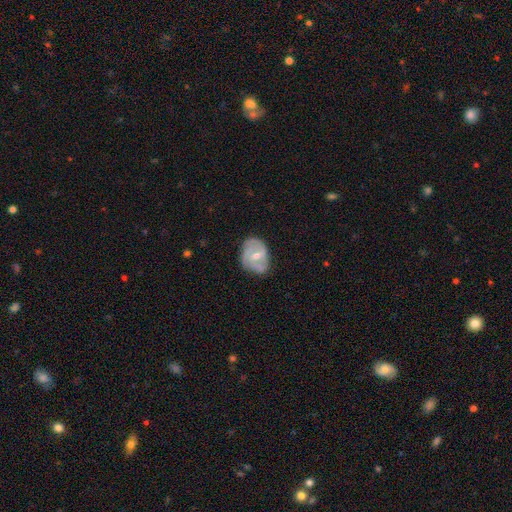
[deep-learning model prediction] Smooth or featured? Predicted: featured or disk (p=0.67). Edge-on disk? Predicted: no (p=0.97). Bar? Predicted: weak (p=0.46). Spiral arms? Predicted: yes (p=0.79). Spiral winding? Predicted: medium (p=0.42). Spiral arm count? Predicted: 2 (p=0.34). Bulge size? Predicted: moderate (p=0.63). Merging? Predicted: none (p=0.58).